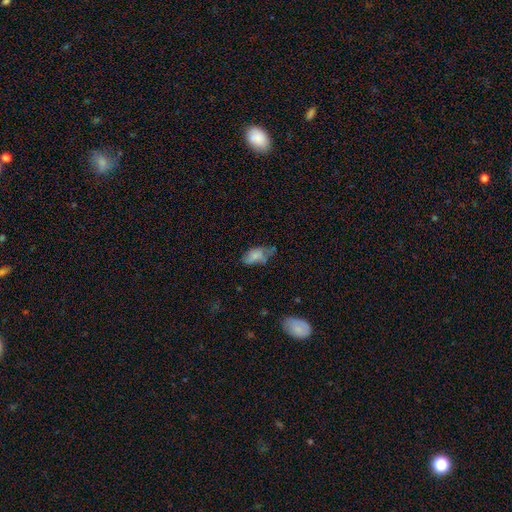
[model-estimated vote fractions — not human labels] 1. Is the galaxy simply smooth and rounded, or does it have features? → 70% smooth, 20% featured or disk, 9% star or artifact.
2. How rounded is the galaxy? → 90% in between, 6% cigar-shaped, 4% round.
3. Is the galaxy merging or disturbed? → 44% none, 34% minor disturbance, 18% major disturbance, 4% merger.